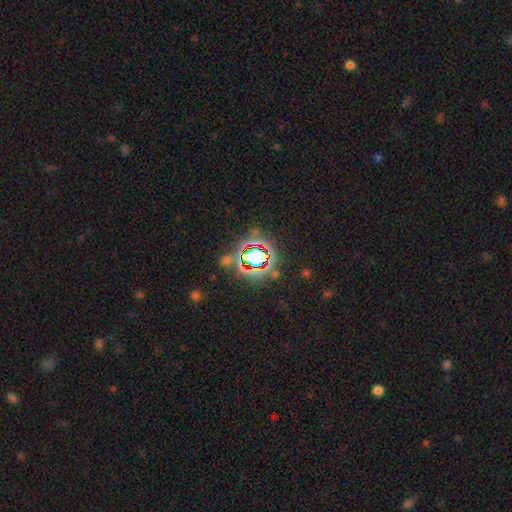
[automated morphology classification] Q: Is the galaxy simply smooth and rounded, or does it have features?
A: star or artifact — 70%.